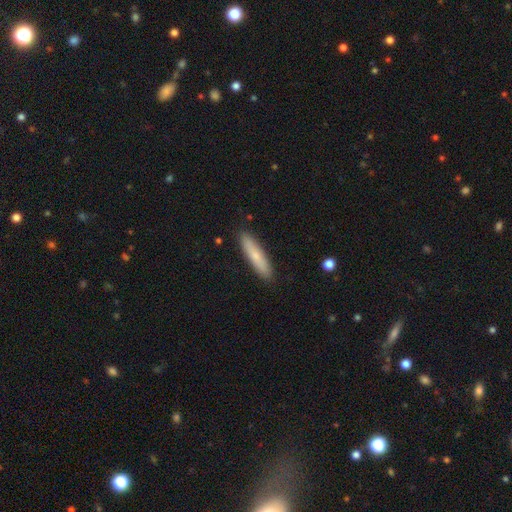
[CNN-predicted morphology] Overall: smooth (71%). How rounded: cigar-shaped (84%). Merging: none (89%).